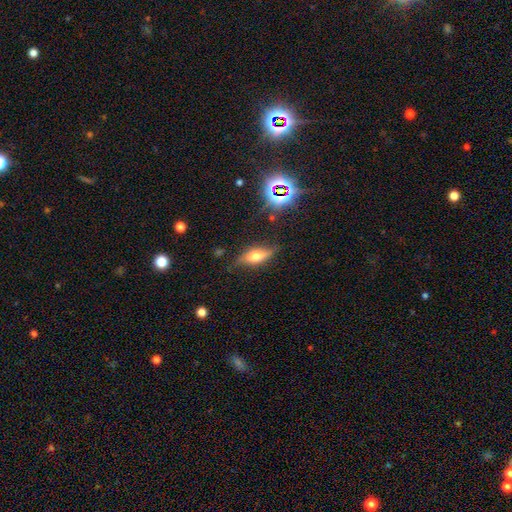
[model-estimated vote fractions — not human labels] Morphology: type=smooth (49%); merging=none (72%).